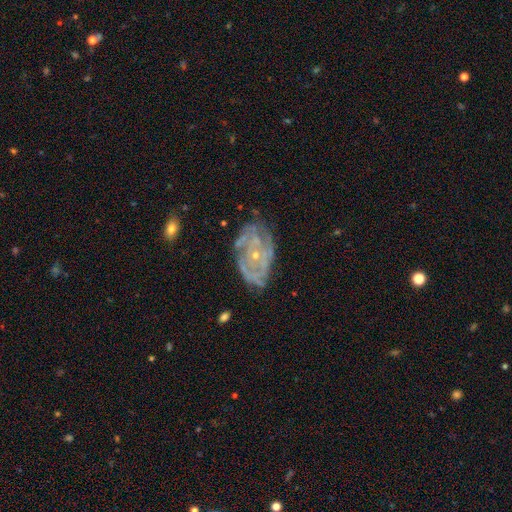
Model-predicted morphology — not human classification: smooth_or_featured: featured or disk (p=0.81) [alt: smooth p=0.12]
disk_edge_on: no (p=0.96) [alt: yes p=0.04]
bar: no (p=0.81) [alt: weak p=0.15]
has_spiral_arms: yes (p=0.80) [alt: no p=0.20]
spiral_winding: tight (p=0.65) [alt: medium p=0.27]
spiral_arm_count: can't tell (p=0.46) [alt: 2 p=0.15]
bulge_size: small (p=0.78) [alt: moderate p=0.18]
merging: none (p=0.66) [alt: minor disturbance p=0.22]